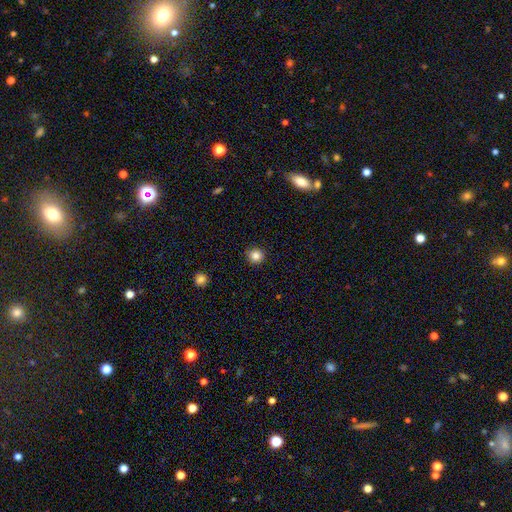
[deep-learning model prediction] Smooth or featured?
  - smooth: 85% *
  - star or artifact: 11%
  - featured or disk: 4%
How rounded?
  - round: 93% *
  - in between: 6%
  - cigar-shaped: 1%
Merging?
  - none: 91% *
  - minor disturbance: 6%
  - major disturbance: 2%
  - merger: 1%